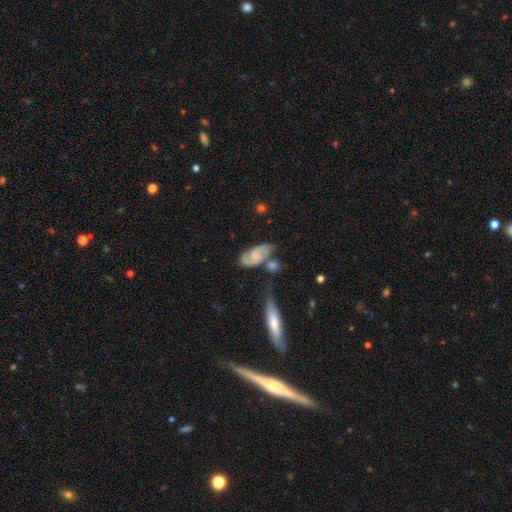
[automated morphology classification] A featured or disk galaxy (76%) with no bar (57%), 2 (88%) medium (49%) spiral arms (95%) and a small central bulge (39%).

Vote fractions:
- Smooth or featured? featured or disk: 76% / smooth: 17% / star or artifact: 6%
- Edge-on disk? no: 95% / yes: 5%
- Bar? no: 57% / weak: 35% / strong: 7%
- Spiral arms? yes: 95% / no: 5%
- Spiral winding? medium: 49% / tight: 34% / loose: 17%
- Spiral arm count? 2: 88% / can't tell: 6% / 3: 2% / 1: 2% / 4: 1% / more than 4: 1%
- Bulge size? small: 39% / none: 35% / moderate: 20% / large: 4% / dominant: 2%
- Merging? none: 53% / minor disturbance: 20% / merger: 19% / major disturbance: 9%